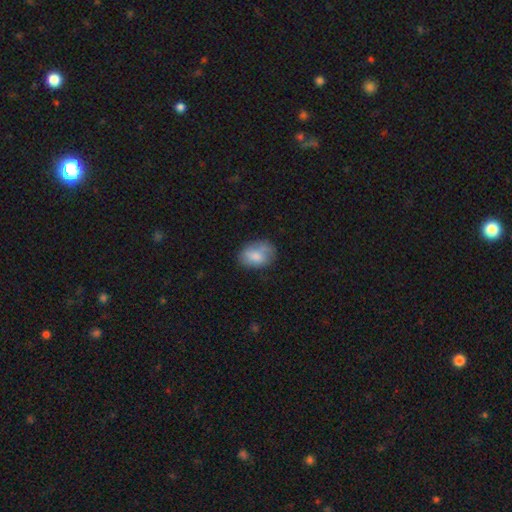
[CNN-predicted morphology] Smooth or featured? smooth (75%)
How rounded? in between (77%)
Merging? none (63%)